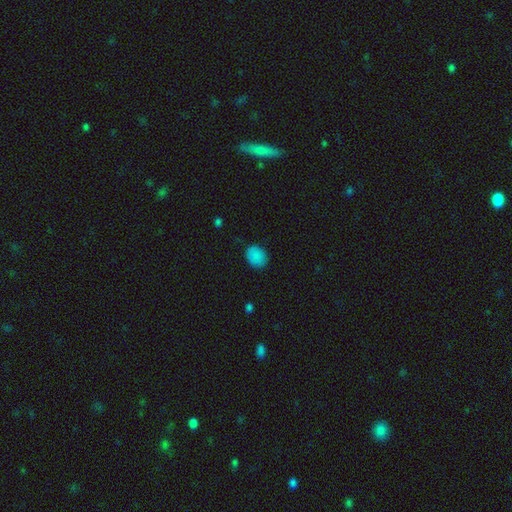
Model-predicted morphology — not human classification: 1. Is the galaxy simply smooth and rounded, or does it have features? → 86% smooth, 10% star or artifact, 4% featured or disk.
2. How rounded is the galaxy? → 52% round, 47% in between, 1% cigar-shaped.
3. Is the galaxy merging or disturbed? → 84% none, 12% minor disturbance, 3% major disturbance, 1% merger.